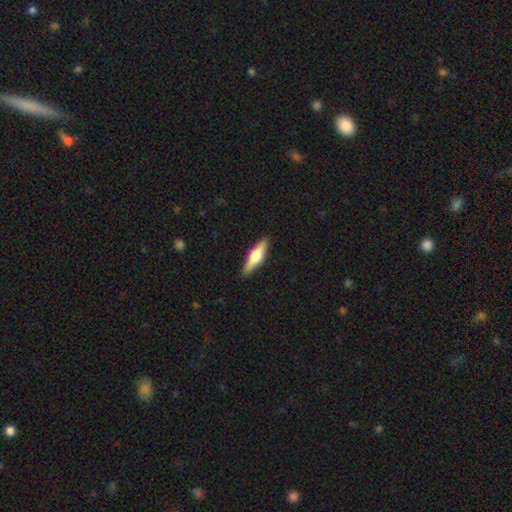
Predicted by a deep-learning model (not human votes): Smooth or featured?
  - featured or disk: 49% *
  - smooth: 46%
  - star or artifact: 5%
Merging?
  - none: 90% *
  - minor disturbance: 7%
  - major disturbance: 2%
  - merger: 1%